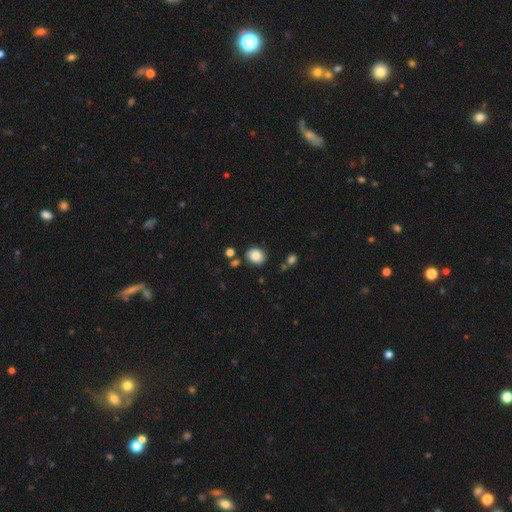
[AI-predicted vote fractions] Smooth or featured? smooth (85%)
How rounded? in between (51%)
Merging? none (80%)